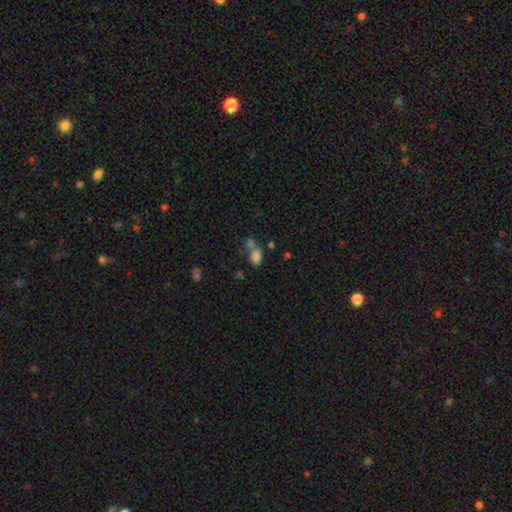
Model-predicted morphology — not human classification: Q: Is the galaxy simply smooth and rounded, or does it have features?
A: smooth — 78%.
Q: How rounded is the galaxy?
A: in between — 76%.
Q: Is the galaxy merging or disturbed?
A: merger — 47%.